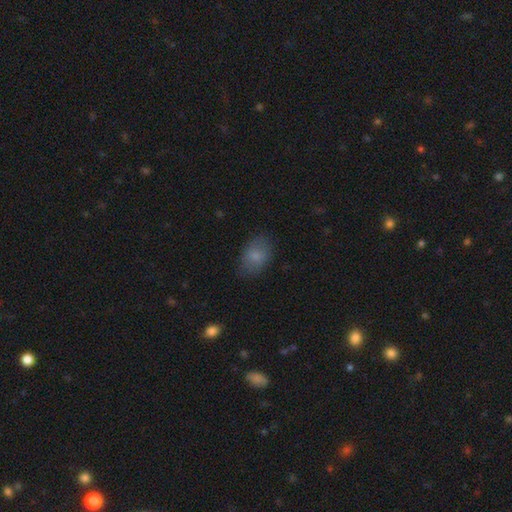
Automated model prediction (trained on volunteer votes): Q: Smooth or featured?
A: smooth (81%); runner-up: featured or disk (10%)
Q: How rounded?
A: in between (83%); runner-up: round (15%)
Q: Merging?
A: none (76%); runner-up: minor disturbance (18%)